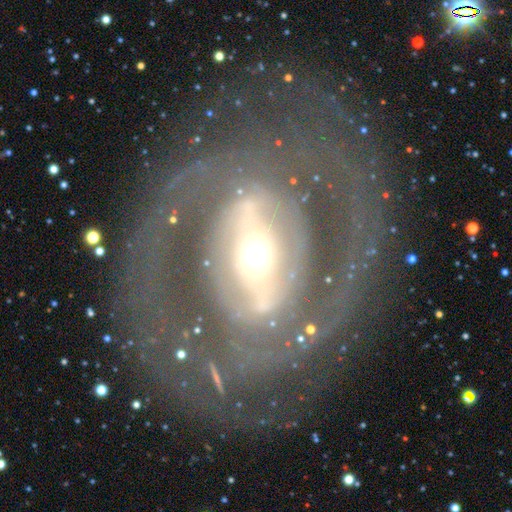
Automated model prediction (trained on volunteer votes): smooth-or-featured: featured or disk: 81% | smooth: 12% | star or artifact: 7%
  disk-edge-on: no: 94% | yes: 6%
    bar: strong: 52% | weak: 29% | no: 19%
    has-spiral-arms: yes: 67% | no: 33%
      spiral-winding: tight: 45% | medium: 37% | loose: 17%
      spiral-arm-count: 2: 65% | can't tell: 20% | 3: 5% | 1: 4% | 4: 3% | more than 4: 3%
    bulge-size: moderate: 54% | small: 26% | large: 16% | dominant: 3% | none: 1%
  merging: none: 71% | major disturbance: 14% | minor disturbance: 12% | merger: 2%